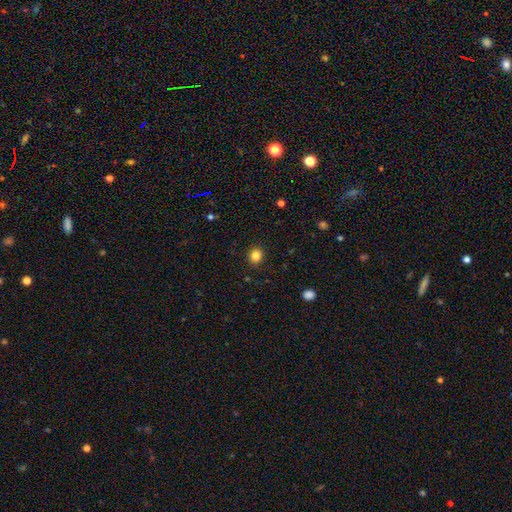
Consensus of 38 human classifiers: smooth 89%, featured or disk 5%, star or artifact 5%. Down the decision tree: how rounded — round (88%); merging — none (89%).